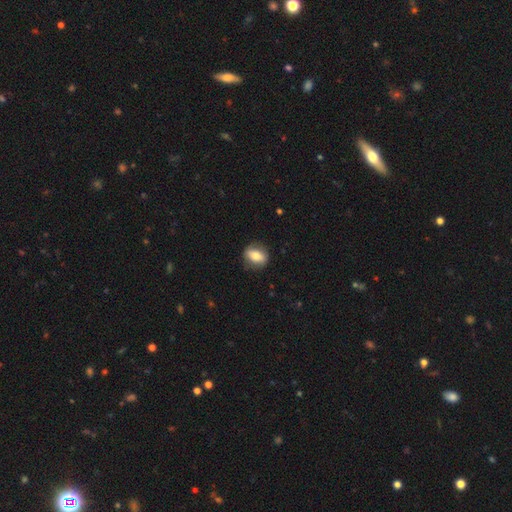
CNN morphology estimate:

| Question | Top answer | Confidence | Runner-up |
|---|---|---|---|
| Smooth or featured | smooth | 68% | featured or disk (24%) |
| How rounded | in between | 63% | round (33%) |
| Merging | none | 82% | minor disturbance (13%) |